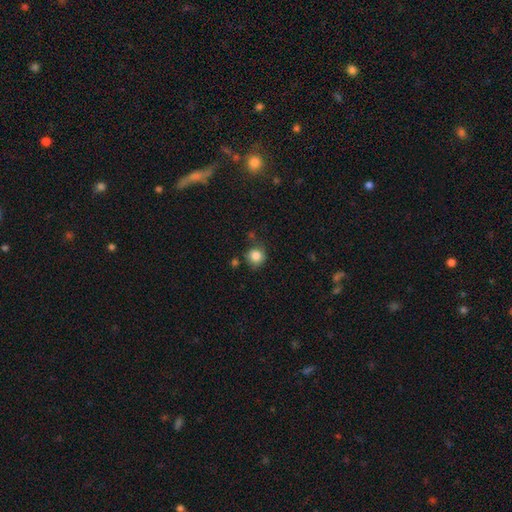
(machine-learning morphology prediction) The model was most divided on "merging": none: 74%, minor disturbance: 17%, merger: 5%, major disturbance: 5%. More confident: how rounded — round (89%); smooth or featured — smooth (85%).